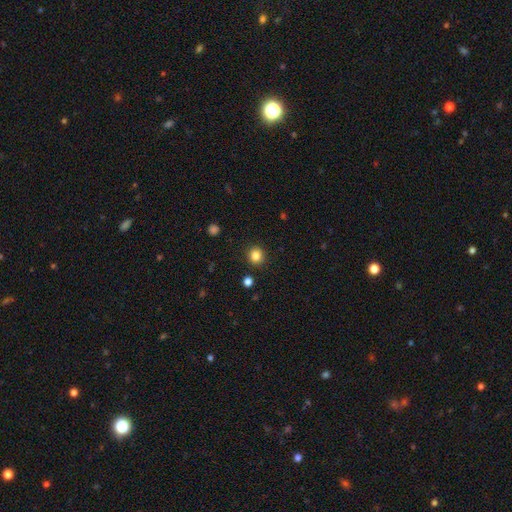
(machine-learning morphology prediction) Smooth or featured?
  - smooth: 84% *
  - star or artifact: 12%
  - featured or disk: 4%
How rounded?
  - round: 90% *
  - in between: 9%
  - cigar-shaped: 1%
Merging?
  - none: 91% *
  - minor disturbance: 5%
  - major disturbance: 2%
  - merger: 2%